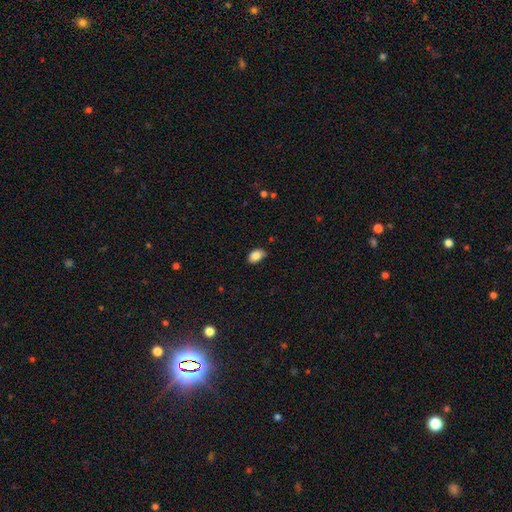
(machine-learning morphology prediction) The model was most divided on "merging": none: 77%, minor disturbance: 19%, major disturbance: 3%, merger: 1%. More confident: how rounded — in between (87%); smooth or featured — smooth (85%).